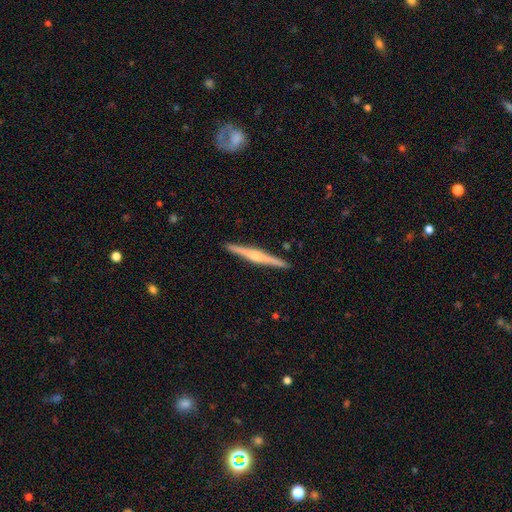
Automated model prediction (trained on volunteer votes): Q: Smooth or featured?
A: featured or disk (76%); runner-up: smooth (19%)
Q: Edge-on disk?
A: yes (98%); runner-up: no (2%)
Q: Edge-on bulge?
A: rounded (80%); runner-up: none (10%)
Q: Merging?
A: none (93%); runner-up: minor disturbance (5%)